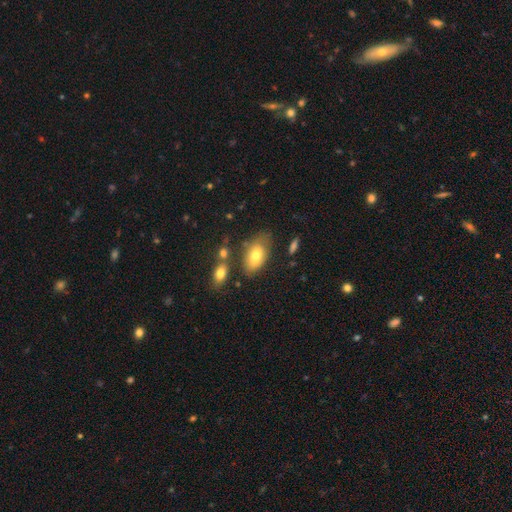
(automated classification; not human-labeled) Smooth or featured? Predicted: smooth (p=0.72). How rounded? Predicted: in between (p=0.91). Merging? Predicted: none (p=0.63).